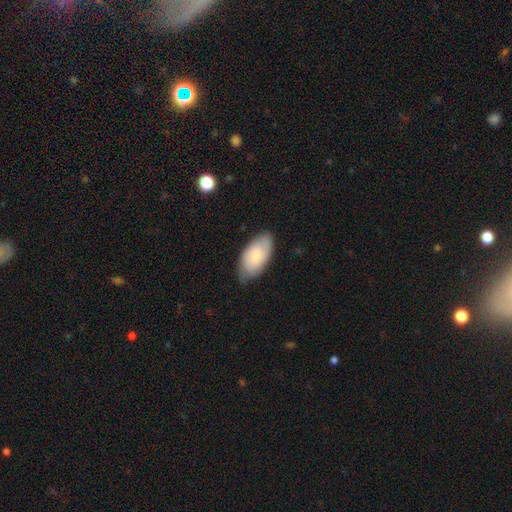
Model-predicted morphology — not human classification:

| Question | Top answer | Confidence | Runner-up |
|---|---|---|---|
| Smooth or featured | smooth | 71% | featured or disk (23%) |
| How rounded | in between | 94% | cigar-shaped (3%) |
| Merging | none | 70% | minor disturbance (25%) |